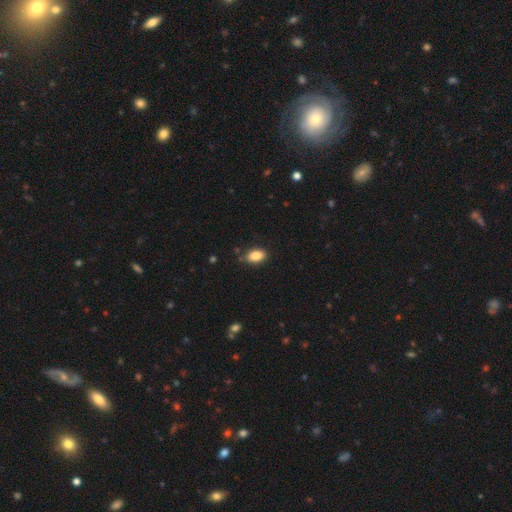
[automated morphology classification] Smooth or featured? smooth (86%)
How rounded? in between (89%)
Merging? none (79%)